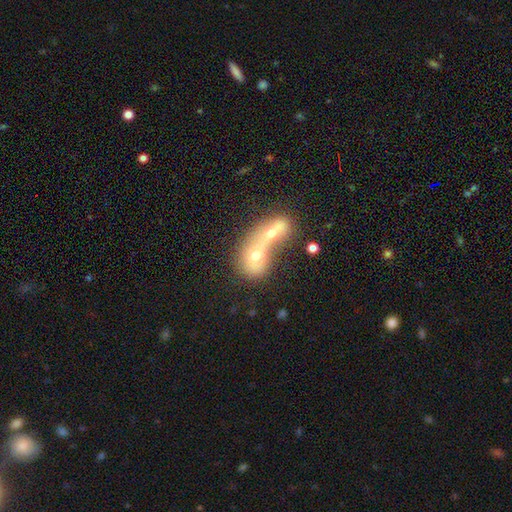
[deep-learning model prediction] Q: Smooth or featured?
A: smooth (63%); runner-up: featured or disk (26%)
Q: How rounded?
A: in between (49%); runner-up: round (47%)
Q: Merging?
A: merger (81%); runner-up: none (11%)